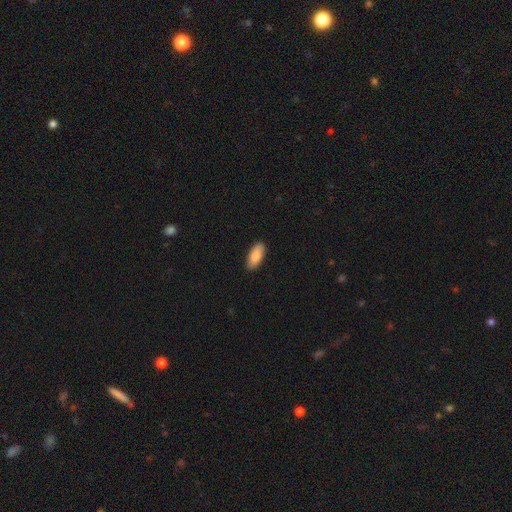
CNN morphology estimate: Smooth or featured: smooth — 86% (featured or disk — 8%)
How rounded: in between — 87% (cigar-shaped — 11%)
Merging: none — 89% (minor disturbance — 8%)